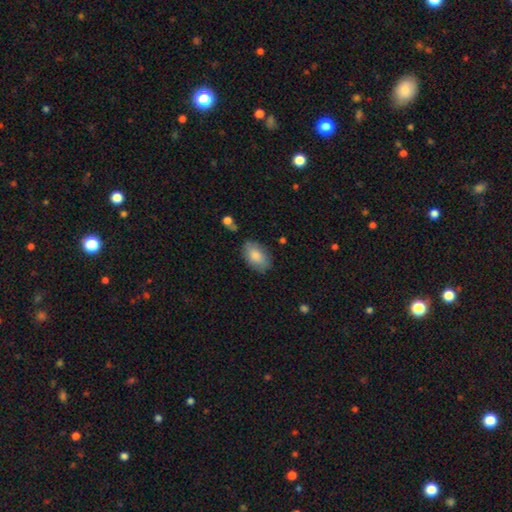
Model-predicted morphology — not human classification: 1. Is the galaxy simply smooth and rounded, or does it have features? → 83% smooth, 11% featured or disk, 6% star or artifact.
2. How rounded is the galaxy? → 92% in between, 6% round, 2% cigar-shaped.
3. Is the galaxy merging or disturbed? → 76% none, 17% minor disturbance, 4% major disturbance, 3% merger.